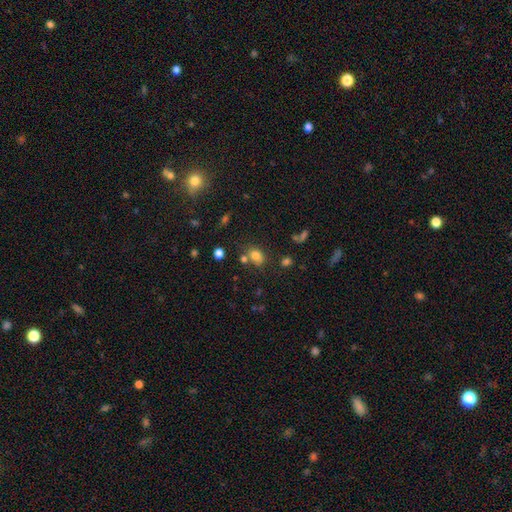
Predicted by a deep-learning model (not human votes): This is likely a smooth galaxy (77%). How rounded: likely in between (65%). Merging: likely none (60%).